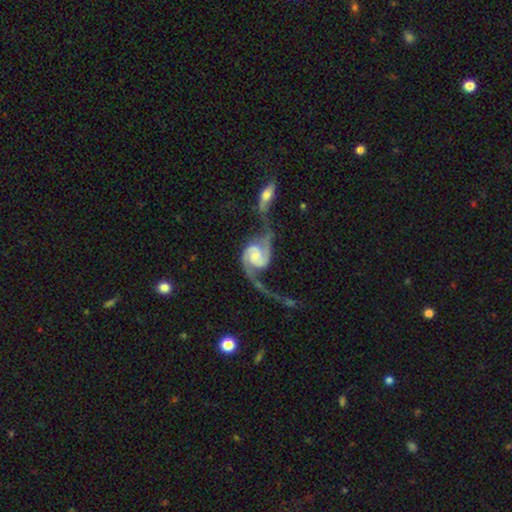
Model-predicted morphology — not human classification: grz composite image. It shows a featured or disk galaxy (91%) with no bar (50%), 2 (92%) loose (43%) spiral arms (97%) and a small central bulge (40%). Merging: merger (48%).